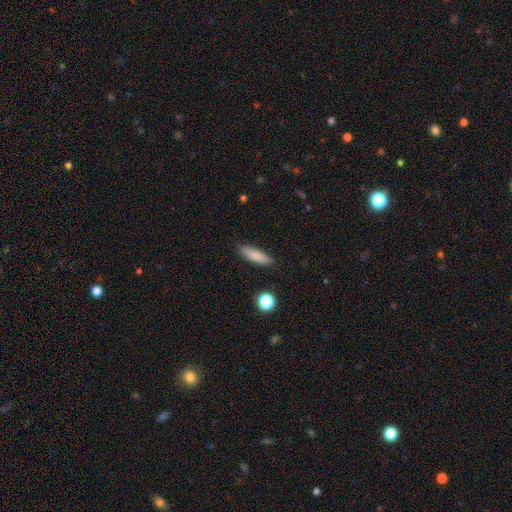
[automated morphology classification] Smooth or featured?
  - smooth: 83% *
  - featured or disk: 9%
  - star or artifact: 8%
How rounded?
  - cigar-shaped: 62% *
  - in between: 36%
  - round: 2%
Merging?
  - none: 87% *
  - minor disturbance: 10%
  - major disturbance: 2%
  - merger: 2%